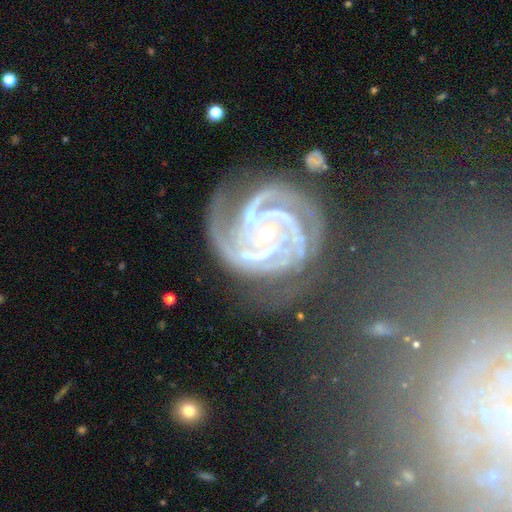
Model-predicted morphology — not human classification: Q: Smooth or featured?
A: featured or disk (91%); runner-up: star or artifact (6%)
Q: Edge-on disk?
A: no (98%); runner-up: yes (2%)
Q: Bar?
A: no (50%); runner-up: weak (29%)
Q: Spiral arms?
A: yes (98%); runner-up: no (2%)
Q: Spiral winding?
A: tight (70%); runner-up: medium (25%)
Q: Spiral arm count?
A: 3 (30%); runner-up: 2 (25%)
Q: Bulge size?
A: moderate (48%); runner-up: small (47%)
Q: Merging?
A: none (58%); runner-up: minor disturbance (22%)